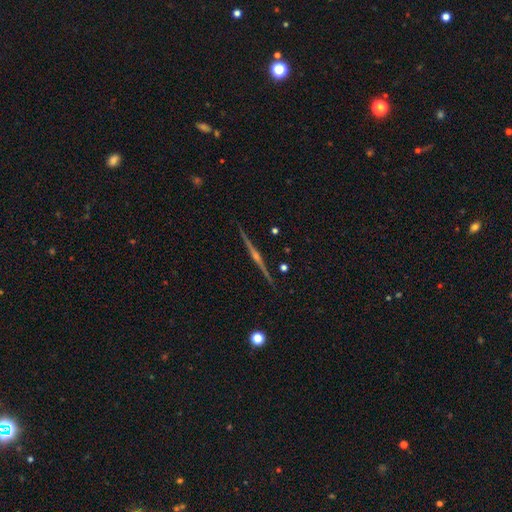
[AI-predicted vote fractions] featured or disk 87%, smooth 7%, star or artifact 6%. Down the decision tree: edge-on disk — yes (99%); edge-on bulge — rounded (86%); merging — none (92%).